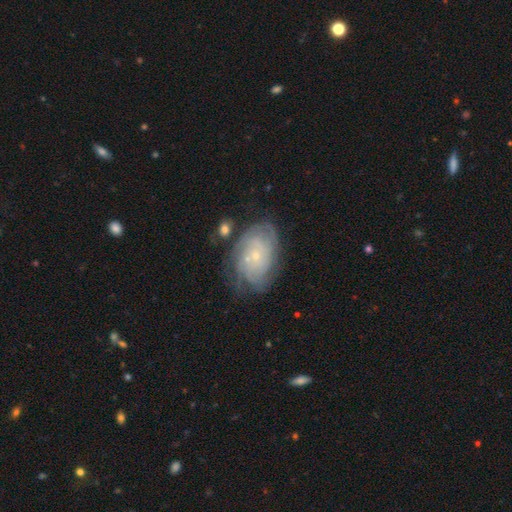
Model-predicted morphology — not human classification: featured or disk 75%, smooth 17%, star or artifact 7%. Down the decision tree: edge-on disk — no (97%); bar — no (80%); spiral arms — yes (89%); spiral arm count — can't tell (49%); spiral winding — tight (70%); bulge size — small (82%); merging — none (63%).